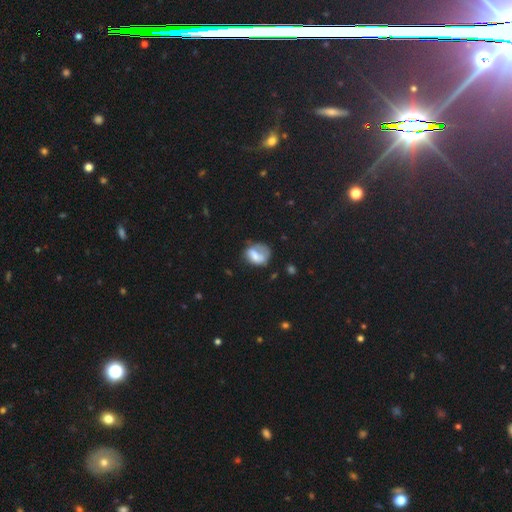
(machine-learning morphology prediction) A smooth galaxy with no disk features (63%) that is in between round and cigar-shaped (58%). Merging: none (35%).